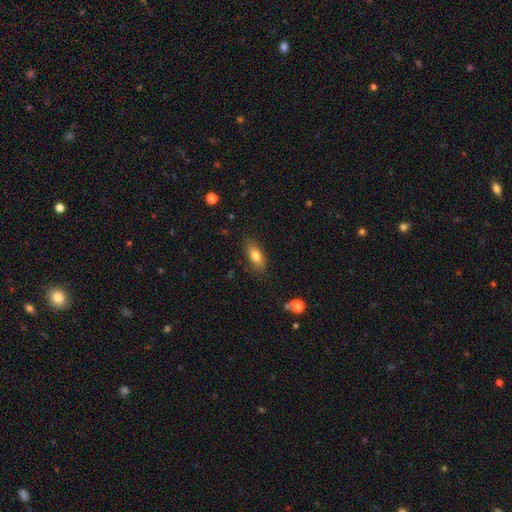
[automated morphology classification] This appears to be a smooth galaxy with no disk features (78%) that is in between round and cigar-shaped (83%). Merging: none (84%).